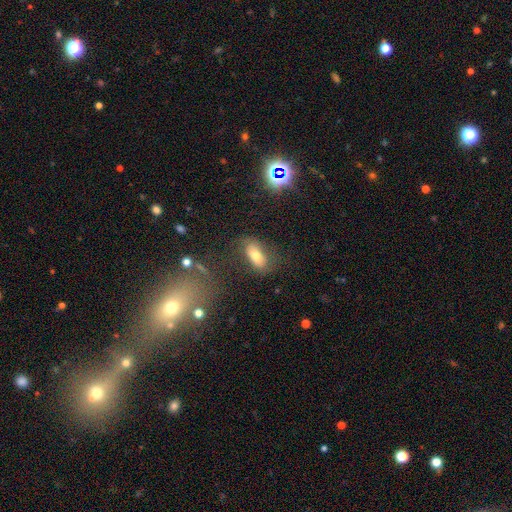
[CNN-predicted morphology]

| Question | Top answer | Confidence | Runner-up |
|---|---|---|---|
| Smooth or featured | smooth | 66% | featured or disk (22%) |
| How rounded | in between | 87% | cigar-shaped (8%) |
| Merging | none | 66% | minor disturbance (19%) |